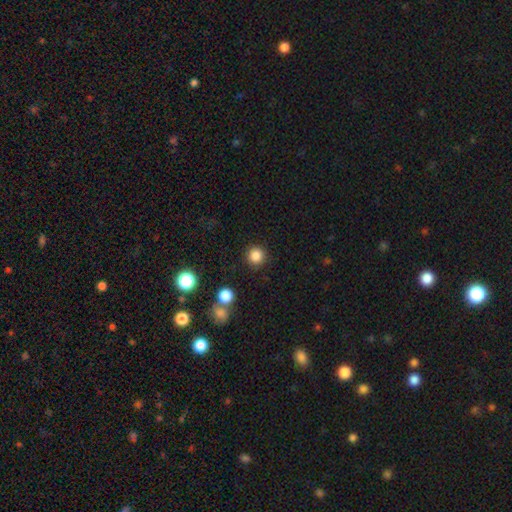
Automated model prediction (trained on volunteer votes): Q: Smooth or featured?
A: smooth (84%); runner-up: star or artifact (12%)
Q: How rounded?
A: round (95%); runner-up: in between (4%)
Q: Merging?
A: none (90%); runner-up: minor disturbance (6%)